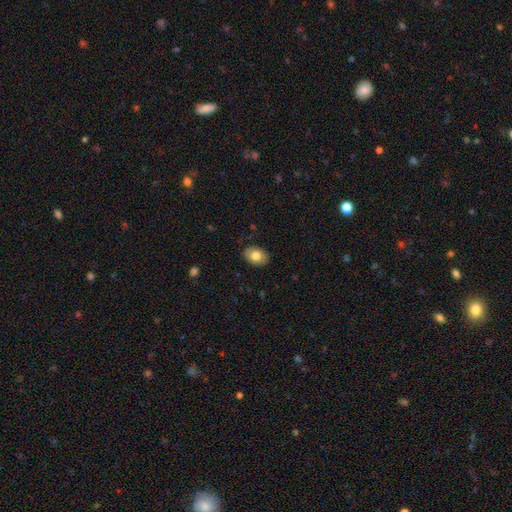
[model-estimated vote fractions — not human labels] Morphology: type=smooth (77%); roundness=in between (79%); merging=none (86%).